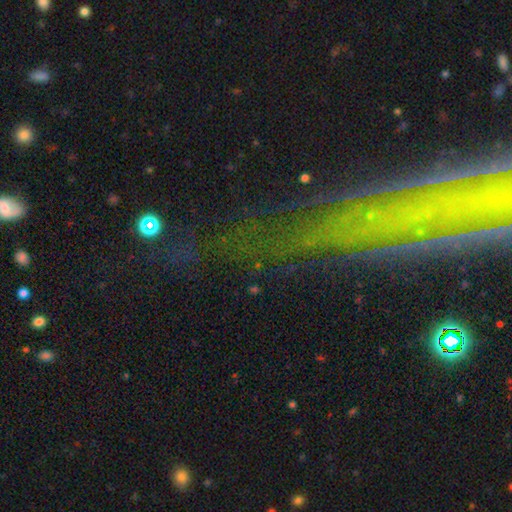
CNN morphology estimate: Smooth or featured?
  - featured or disk: 41% *
  - star or artifact: 40%
  - smooth: 19%
Merging?
  - none: 72% *
  - minor disturbance: 14%
  - major disturbance: 10%
  - merger: 5%